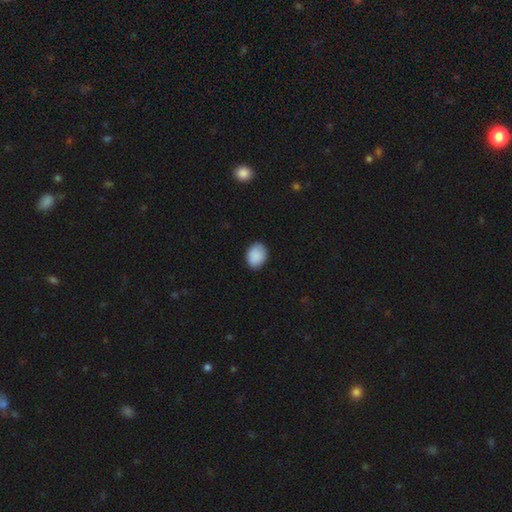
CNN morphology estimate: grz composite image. It shows a smooth galaxy with no disk features (90%) that is in between round and cigar-shaped (63%). Merging: none (85%).